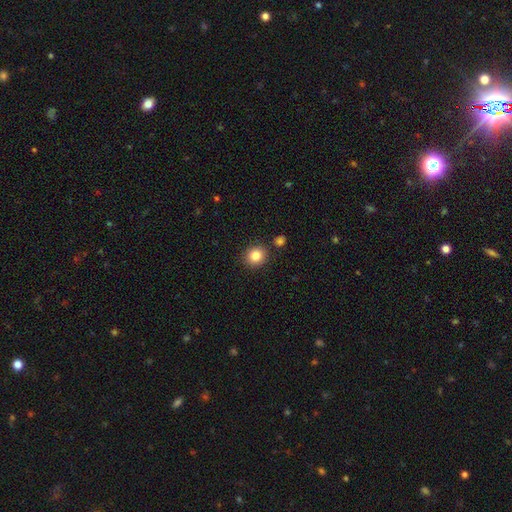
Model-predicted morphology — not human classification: Q: Smooth or featured?
A: smooth (84%); runner-up: star or artifact (10%)
Q: How rounded?
A: round (84%); runner-up: in between (16%)
Q: Merging?
A: none (86%); runner-up: minor disturbance (7%)